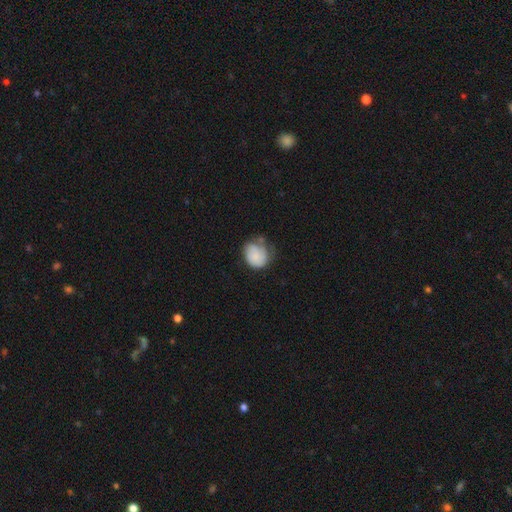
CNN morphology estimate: Smooth or featured: smooth — 73% (featured or disk — 19%)
How rounded: round — 62% (in between — 37%)
Merging: none — 39% (minor disturbance — 38%)